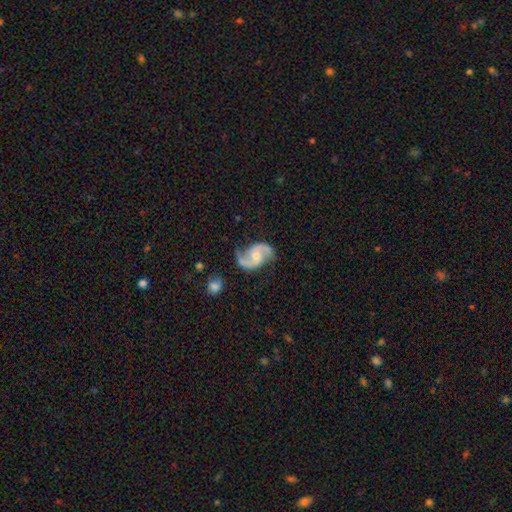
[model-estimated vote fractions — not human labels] smooth_or_featured: featured or disk (p=0.90) [alt: smooth p=0.05]
disk_edge_on: no (p=0.98) [alt: yes p=0.02]
bar: no (p=0.54) [alt: weak p=0.37]
has_spiral_arms: yes (p=0.98) [alt: no p=0.02]
spiral_winding: medium (p=0.48) [alt: loose p=0.41]
spiral_arm_count: 2 (p=0.94) [alt: can't tell p=0.02]
bulge_size: moderate (p=0.59) [alt: small p=0.33]
merging: none (p=0.75) [alt: minor disturbance p=0.17]